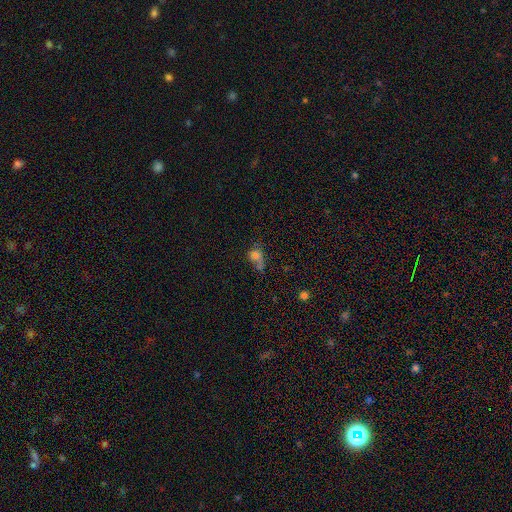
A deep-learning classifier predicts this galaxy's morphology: Overall: smooth (65%). How rounded: round (59%; in between 38%). Merging: none (32%; major disturbance 30%).